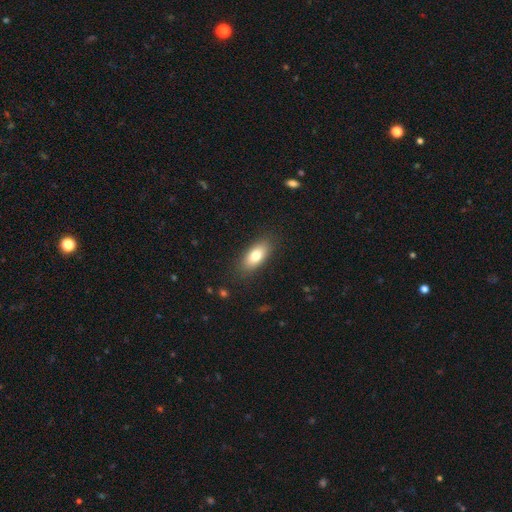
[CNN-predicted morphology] smooth_or_featured: smooth (p=0.79) [alt: featured or disk p=0.14]
how_rounded: in between (p=0.84) [alt: cigar-shaped p=0.13]
merging: none (p=0.85) [alt: minor disturbance p=0.11]